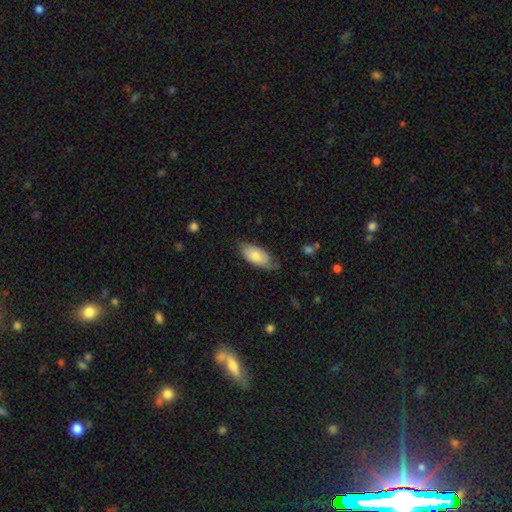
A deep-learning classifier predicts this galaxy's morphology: smooth 73%, featured or disk 22%, star or artifact 6%. Down the decision tree: how rounded — in between (92%); merging — none (56%).